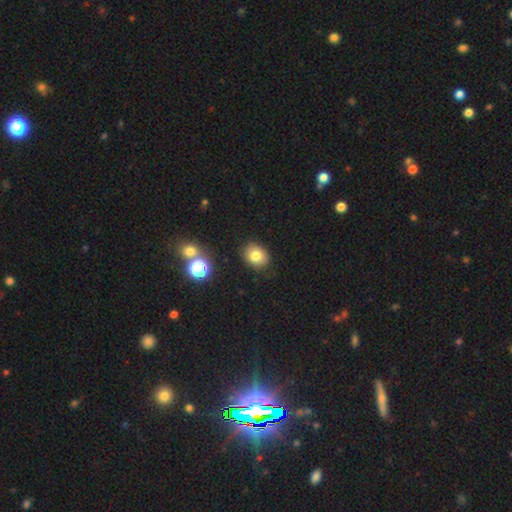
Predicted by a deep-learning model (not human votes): The model was most divided on "how rounded": in between: 51%, round: 48%, cigar-shaped: 1%. More confident: merging — none (86%); smooth or featured — smooth (79%).